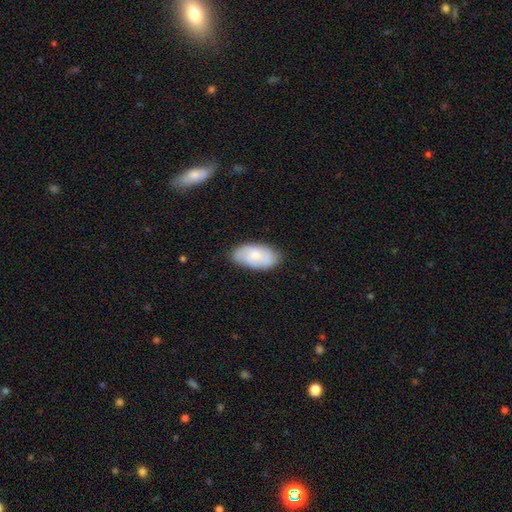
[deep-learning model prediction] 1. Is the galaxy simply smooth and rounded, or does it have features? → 49% smooth, 44% featured or disk, 6% star or artifact.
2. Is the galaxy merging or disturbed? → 79% none, 16% minor disturbance, 3% major disturbance, 1% merger.